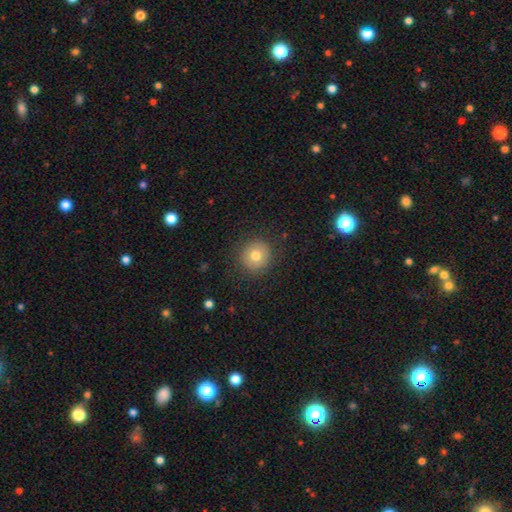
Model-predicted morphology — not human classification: Smooth or featured: smooth — 73% (featured or disk — 16%)
How rounded: round — 93% (in between — 6%)
Merging: none — 87% (minor disturbance — 8%)